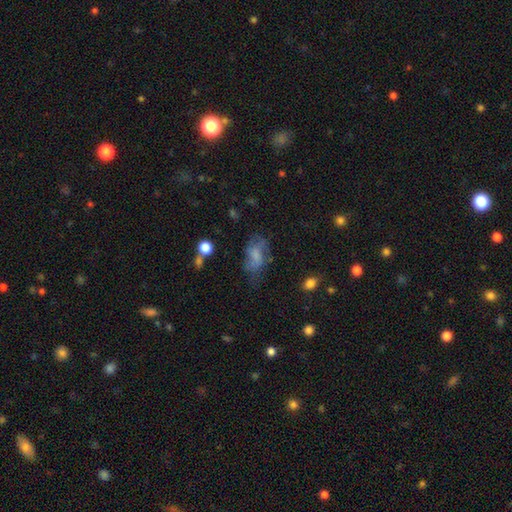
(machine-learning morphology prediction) The model was most divided on "merging": none: 45%, minor disturbance: 27%, major disturbance: 24%, merger: 4%. More confident: how rounded — in between (87%); smooth or featured — smooth (56%).